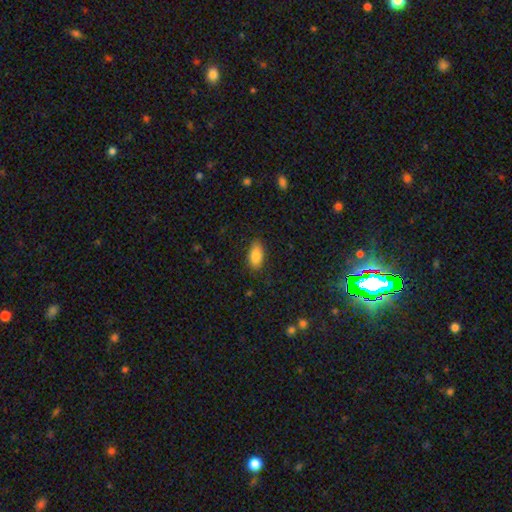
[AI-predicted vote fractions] Smooth or featured?
  - smooth: 86% *
  - star or artifact: 7%
  - featured or disk: 7%
How rounded?
  - in between: 92% *
  - cigar-shaped: 5%
  - round: 3%
Merging?
  - none: 83% *
  - minor disturbance: 13%
  - major disturbance: 3%
  - merger: 1%